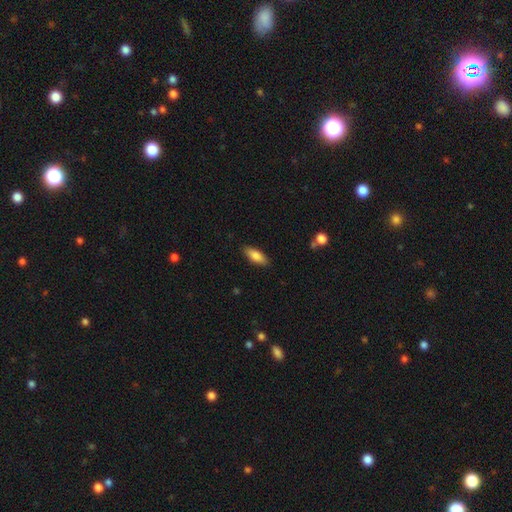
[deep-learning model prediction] Smooth or featured?
  - smooth: 81% *
  - featured or disk: 13%
  - star or artifact: 6%
How rounded?
  - in between: 72% *
  - cigar-shaped: 26%
  - round: 2%
Merging?
  - none: 86% *
  - minor disturbance: 10%
  - major disturbance: 2%
  - merger: 1%